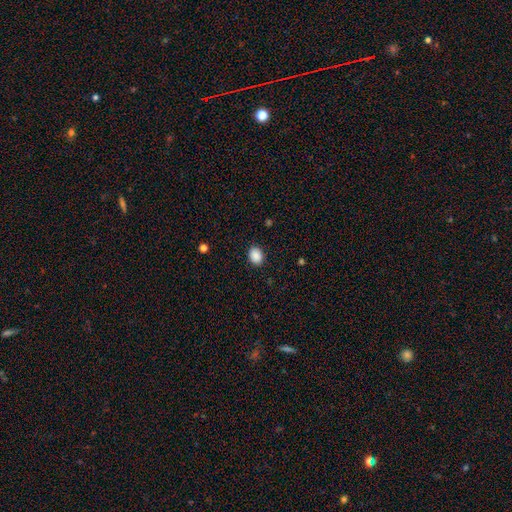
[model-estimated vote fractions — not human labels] Q: Smooth or featured?
A: smooth (89%); runner-up: star or artifact (8%)
Q: How rounded?
A: in between (57%); runner-up: round (43%)
Q: Merging?
A: none (89%); runner-up: minor disturbance (8%)